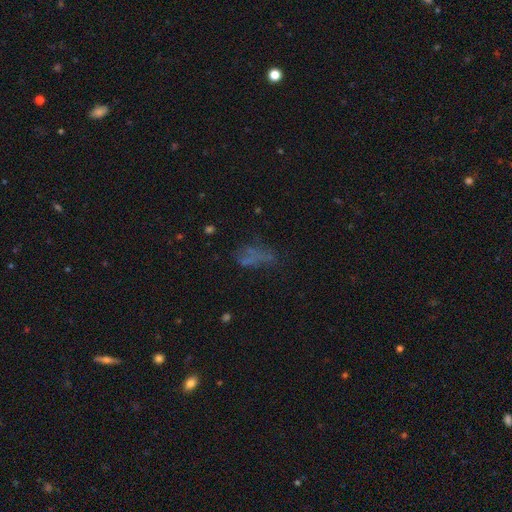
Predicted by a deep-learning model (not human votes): Overall: smooth (44%; star or artifact 31%). Merging: none (46%; major disturbance 27%).